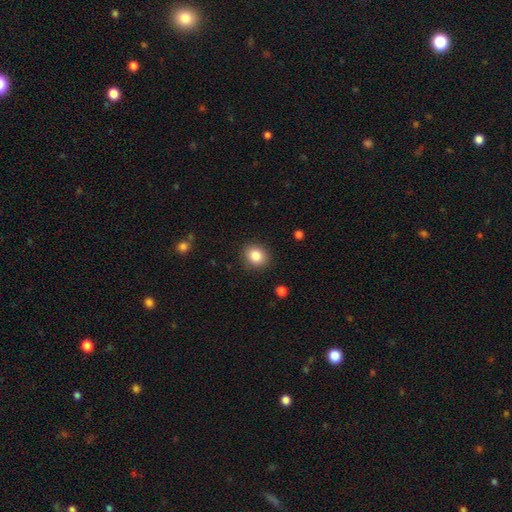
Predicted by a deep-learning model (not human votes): Overall: smooth (85%). How rounded: round (68%; in between 31%). Merging: none (90%).